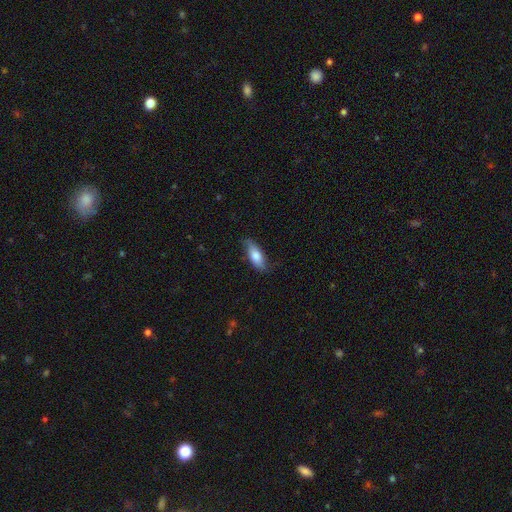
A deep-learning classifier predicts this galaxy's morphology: Smooth or featured? Predicted: smooth (p=0.75). How rounded? Predicted: in between (p=0.70). Merging? Predicted: none (p=0.73).